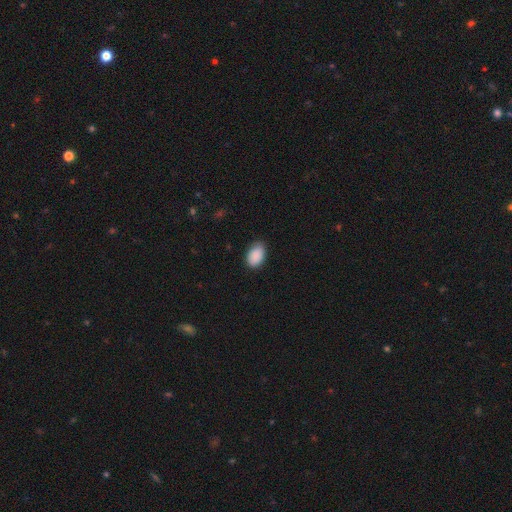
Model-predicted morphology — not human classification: Smooth or featured: smooth — 90% (star or artifact — 7%)
How rounded: in between — 90% (round — 9%)
Merging: none — 82% (minor disturbance — 15%)